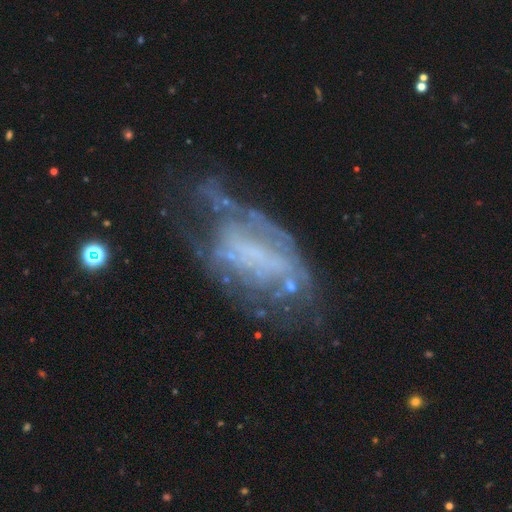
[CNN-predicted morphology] featured or disk 68%, smooth 19%, star or artifact 13%. Down the decision tree: edge-on disk — no (94%); bar — no (66%); spiral arms — no (62%); bulge size — none (70%); merging — none (36%).